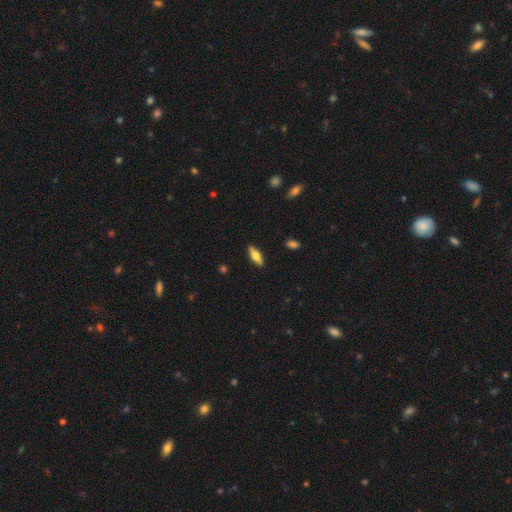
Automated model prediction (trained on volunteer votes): Overall: smooth (61%; featured or disk 32%). How rounded: in between (60%; cigar-shaped 38%). Merging: none (89%).